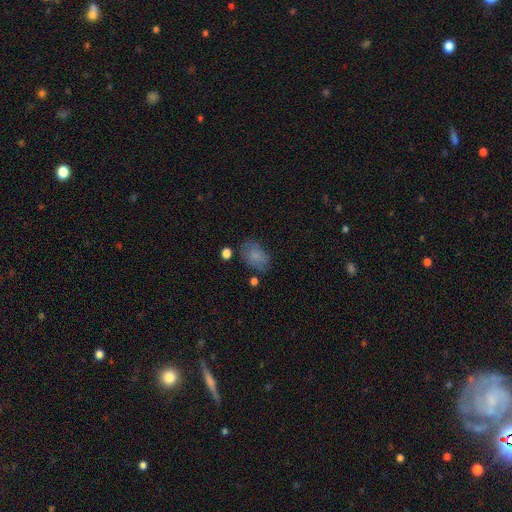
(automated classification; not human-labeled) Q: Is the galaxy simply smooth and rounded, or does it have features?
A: smooth — 81%.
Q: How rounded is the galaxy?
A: in between — 85%.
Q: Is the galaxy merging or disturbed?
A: none — 68%.